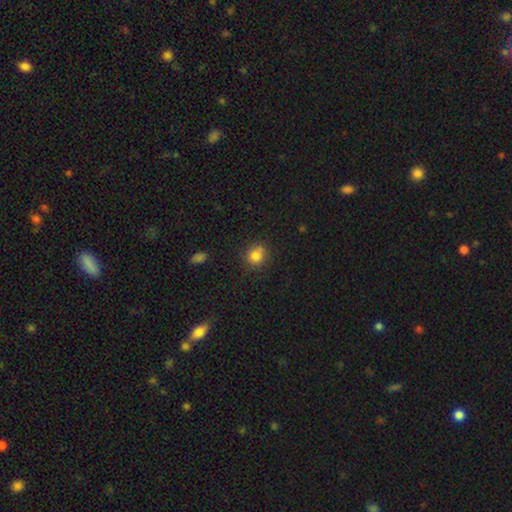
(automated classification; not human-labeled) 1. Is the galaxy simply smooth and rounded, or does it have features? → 81% smooth, 12% star or artifact, 6% featured or disk.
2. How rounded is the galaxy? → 81% round, 18% in between, 1% cigar-shaped.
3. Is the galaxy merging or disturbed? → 74% none, 15% minor disturbance, 6% merger, 4% major disturbance.